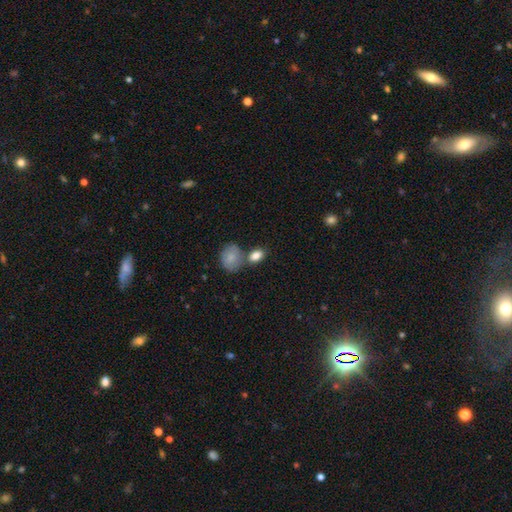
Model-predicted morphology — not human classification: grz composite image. It shows a smooth galaxy with no disk features (84%) that is in between round and cigar-shaped (80%). Merging: none (54%).